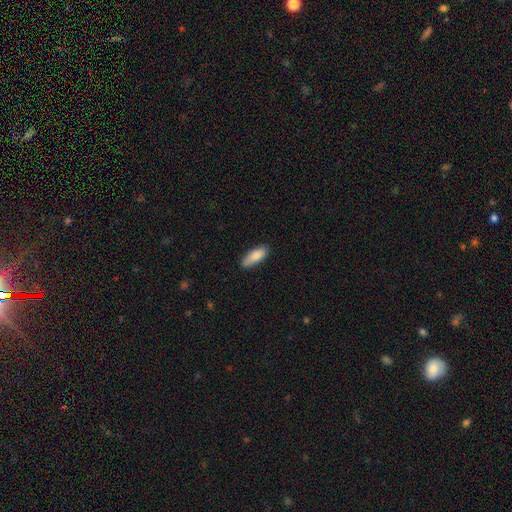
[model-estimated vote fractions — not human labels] This appears to be a smooth galaxy with no disk features (85%) that is in between round and cigar-shaped (66%). Merging: none (79%).